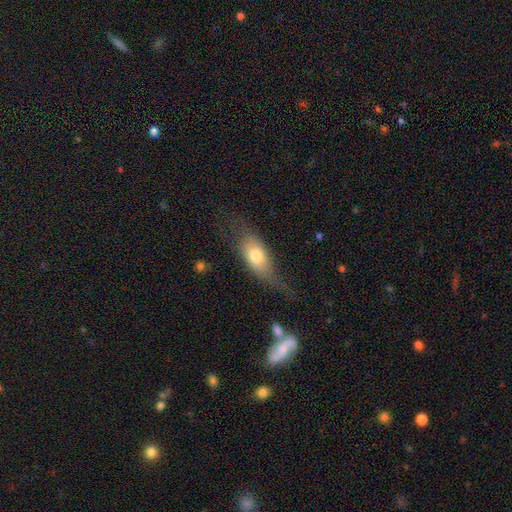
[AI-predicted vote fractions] Overall: smooth (61%; featured or disk 31%). How rounded: in between (77%). Merging: none (42%; major disturbance 29%).